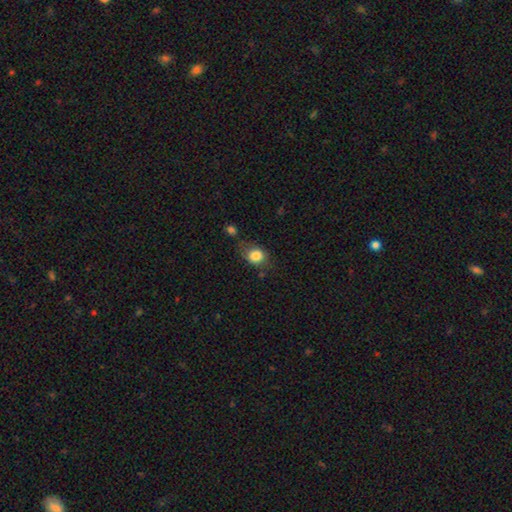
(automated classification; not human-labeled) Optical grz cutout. It shows a smooth galaxy with no disk features (83%) that is round (54%). Merging: none (58%).